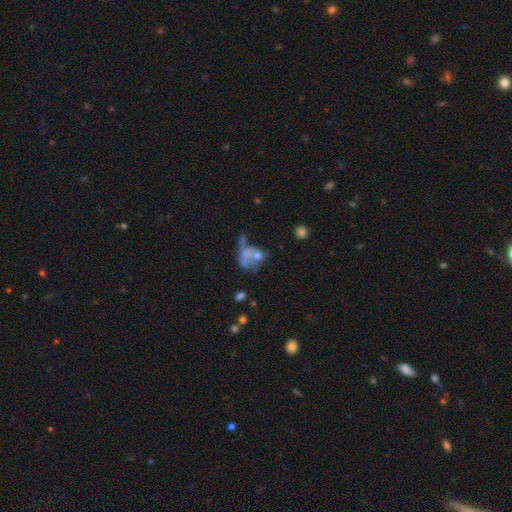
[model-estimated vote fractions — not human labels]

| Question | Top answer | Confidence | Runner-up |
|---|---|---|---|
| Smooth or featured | smooth | 39% | featured or disk (38%) |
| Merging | merger | 35% | major disturbance (26%) |